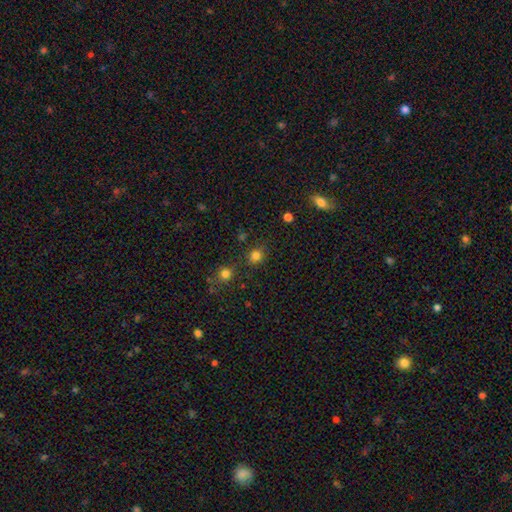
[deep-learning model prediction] This is likely a smooth galaxy (79%). How rounded: likely round (72%). Merging: likely none (77%).